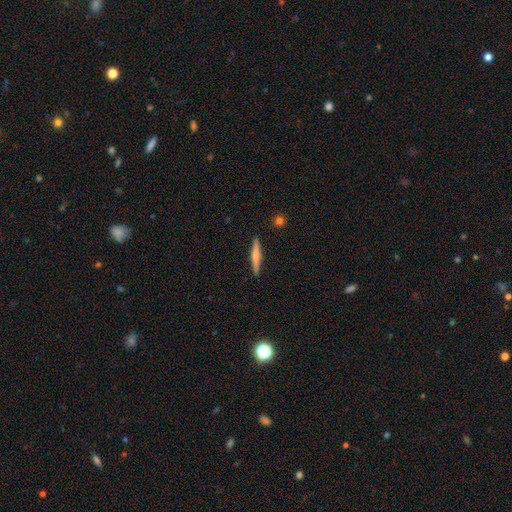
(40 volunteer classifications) Smooth or featured? 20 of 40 (50%) said featured or disk. Edge-on disk? 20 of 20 (100%) said yes. Edge-on bulge? 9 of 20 (45%, tied with rounded) said none. Merging? 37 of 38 (97%) said none.